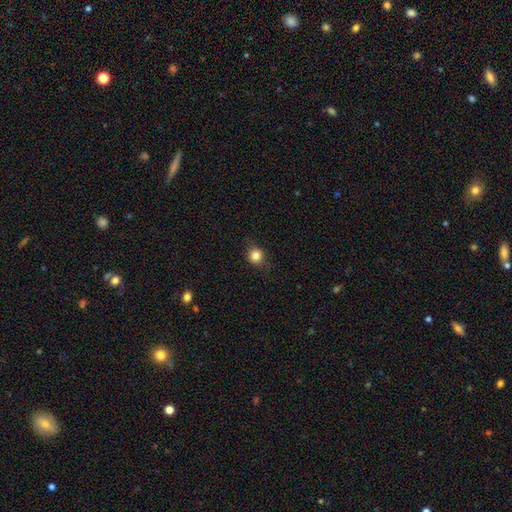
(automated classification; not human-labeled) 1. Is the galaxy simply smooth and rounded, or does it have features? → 83% smooth, 11% star or artifact, 6% featured or disk.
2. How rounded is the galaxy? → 87% round, 12% in between, 1% cigar-shaped.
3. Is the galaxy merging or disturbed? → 83% none, 13% minor disturbance, 3% major disturbance, 1% merger.